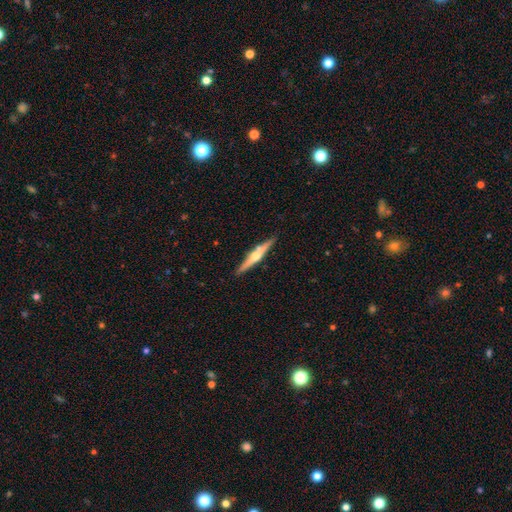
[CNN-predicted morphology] Overall: featured or disk (70%). Edge-on disk: yes (98%). Edge-on bulge: rounded (91%). Merging: none (87%).